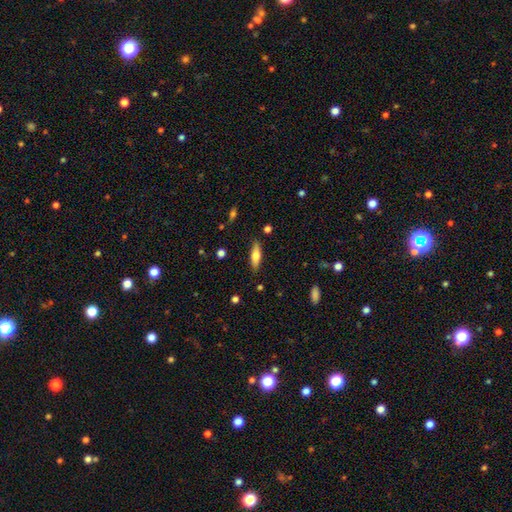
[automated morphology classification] The model was most divided on "how rounded": cigar-shaped: 51%, in between: 47%, round: 2%. More confident: merging — none (85%); smooth or featured — smooth (64%).